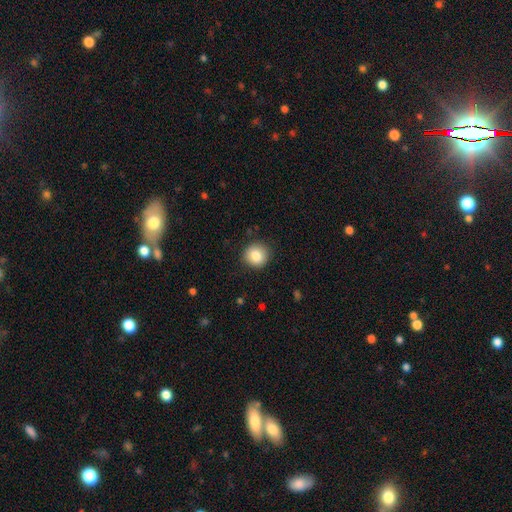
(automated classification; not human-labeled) Smooth or featured? smooth (83%)
How rounded? round (90%)
Merging? none (89%)